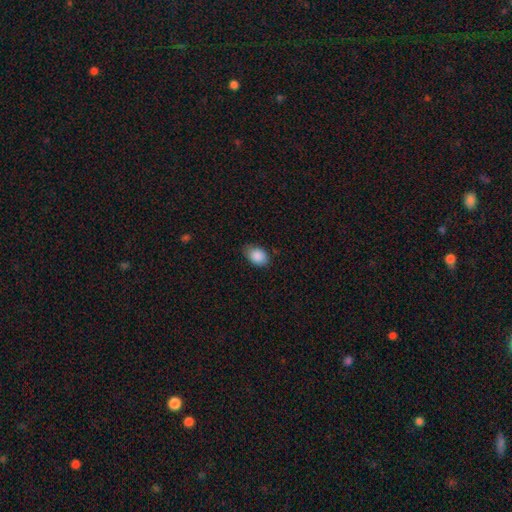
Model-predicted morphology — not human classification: This is clearly a smooth galaxy (88%). How rounded: likely in between (78%). Merging: likely none (70%).